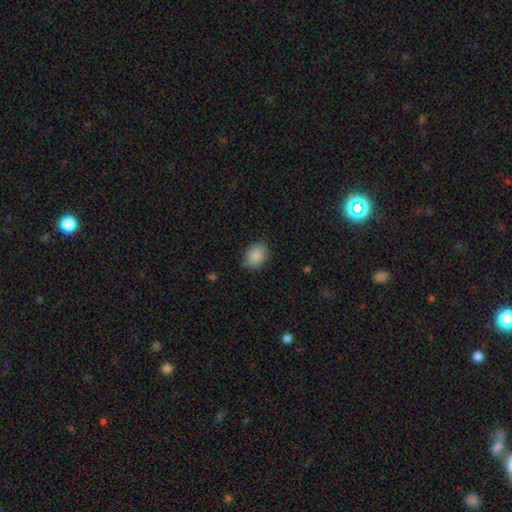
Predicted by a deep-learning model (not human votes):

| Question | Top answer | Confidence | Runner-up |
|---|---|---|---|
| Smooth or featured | smooth | 89% | star or artifact (7%) |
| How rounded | in between | 64% | round (35%) |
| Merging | none | 84% | minor disturbance (13%) |